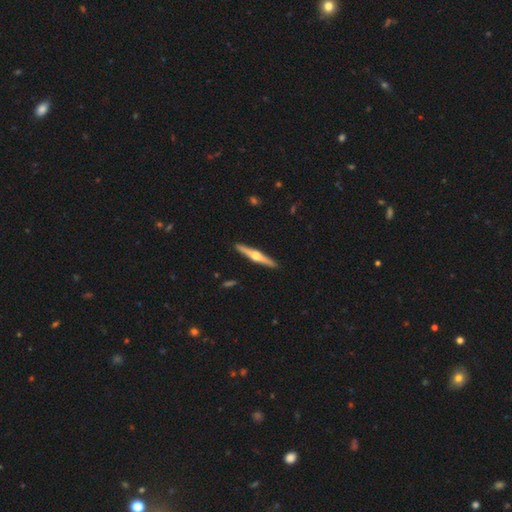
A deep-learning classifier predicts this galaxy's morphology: type=featured or disk (74%); edge-on=yes (98%); edge-on bulge=rounded (95%); merging=none (92%).